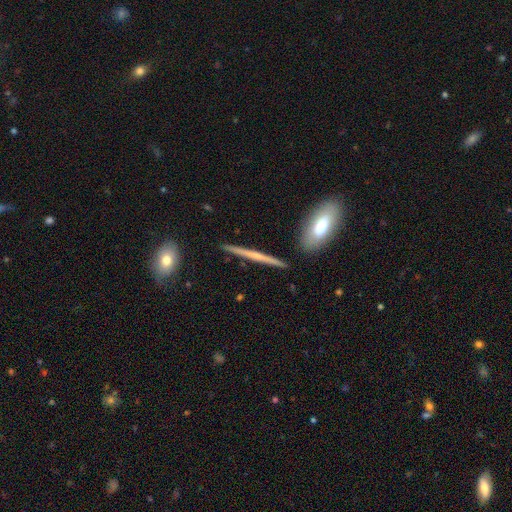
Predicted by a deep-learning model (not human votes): smooth_or_featured: featured or disk (p=0.58) [alt: smooth p=0.35]
disk_edge_on: yes (p=0.96) [alt: no p=0.04]
edge_on_bulge: none (p=0.58) [alt: rounded p=0.35]
merging: none (p=0.89) [alt: minor disturbance p=0.07]